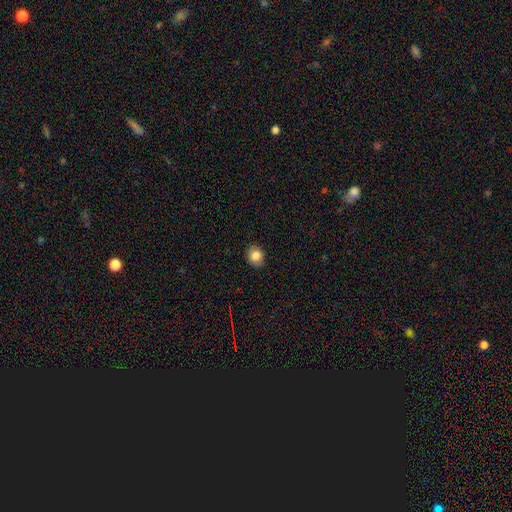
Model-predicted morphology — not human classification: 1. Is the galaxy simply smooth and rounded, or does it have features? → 83% smooth, 10% star or artifact, 7% featured or disk.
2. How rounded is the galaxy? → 66% round, 33% in between, 1% cigar-shaped.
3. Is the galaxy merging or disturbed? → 87% none, 10% minor disturbance, 2% major disturbance, 1% merger.